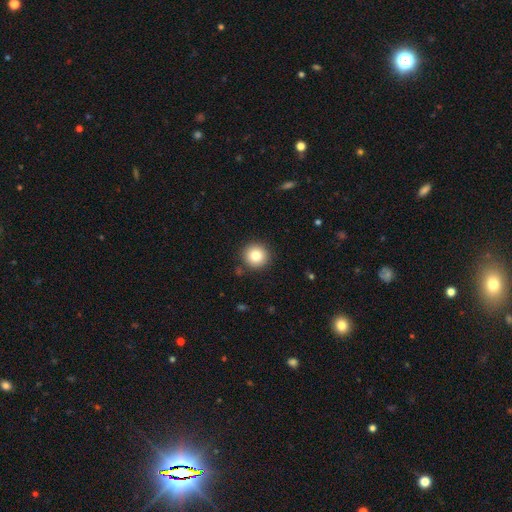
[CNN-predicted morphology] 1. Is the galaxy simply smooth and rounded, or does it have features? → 81% smooth, 10% star or artifact, 9% featured or disk.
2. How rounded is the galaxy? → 95% round, 4% in between, 1% cigar-shaped.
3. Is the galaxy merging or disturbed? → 90% none, 6% minor disturbance, 2% major disturbance, 2% merger.